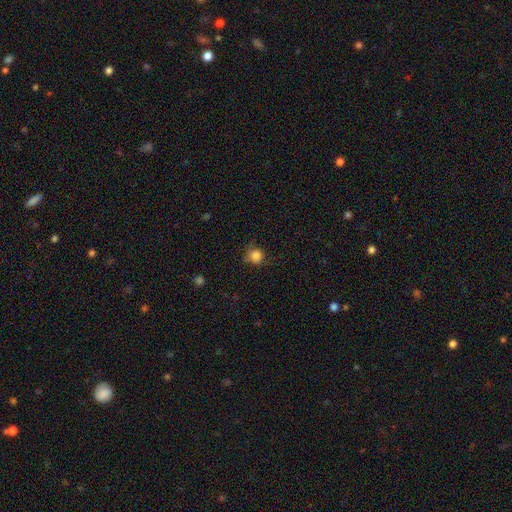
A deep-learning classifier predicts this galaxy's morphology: smooth_or_featured: smooth (p=0.84) [alt: star or artifact p=0.11]
how_rounded: round (p=0.89) [alt: in between p=0.10]
merging: none (p=0.70) [alt: minor disturbance p=0.21]